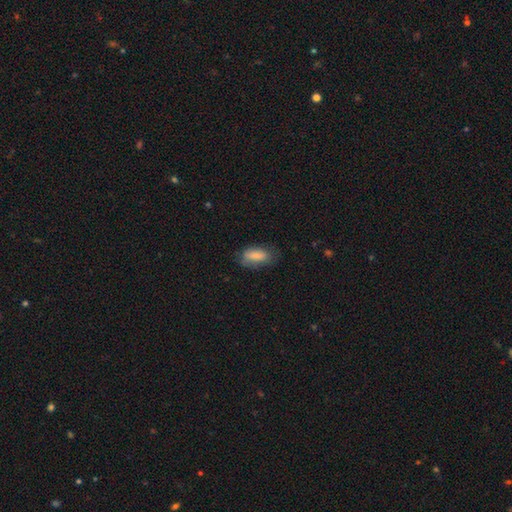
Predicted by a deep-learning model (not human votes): Smooth or featured? Predicted: smooth (p=0.82). How rounded? Predicted: in between (p=0.84). Merging? Predicted: none (p=0.67).